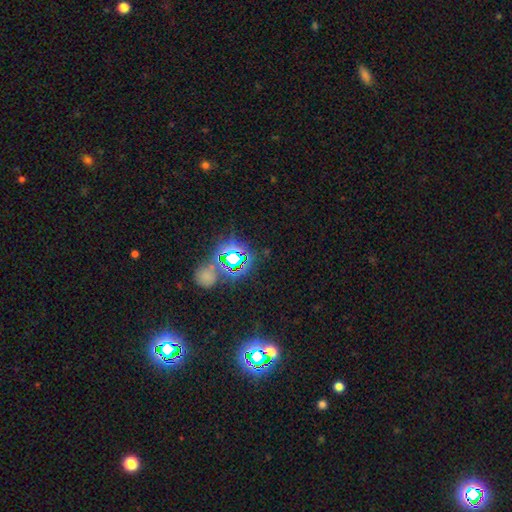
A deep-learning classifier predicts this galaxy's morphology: Q: Smooth or featured?
A: star or artifact (73%); runner-up: smooth (18%)